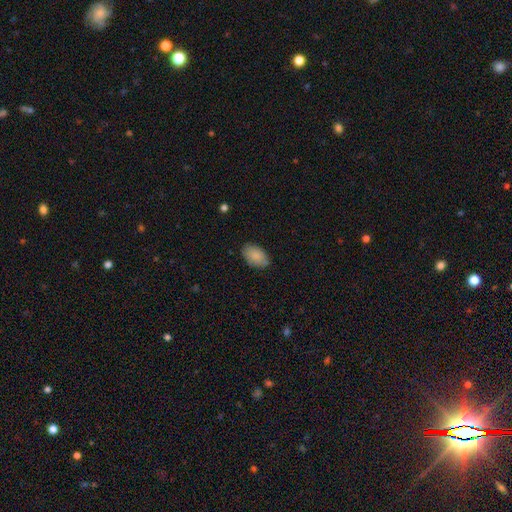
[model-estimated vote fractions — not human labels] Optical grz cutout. It shows a smooth galaxy with no disk features (85%) that is in between round and cigar-shaped (92%). Merging: none (79%).